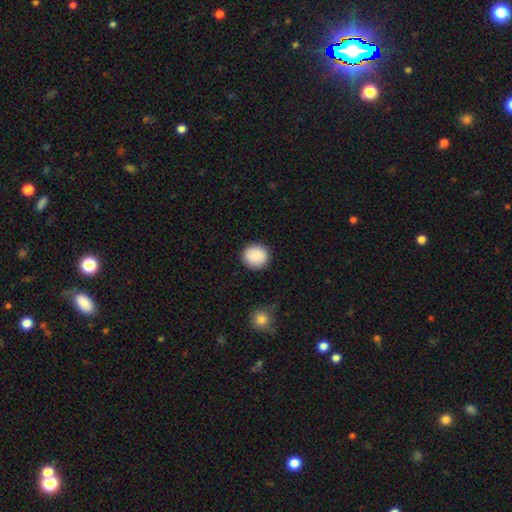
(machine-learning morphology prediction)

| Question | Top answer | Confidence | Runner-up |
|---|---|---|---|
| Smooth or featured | smooth | 89% | star or artifact (7%) |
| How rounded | round | 90% | in between (9%) |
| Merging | none | 90% | minor disturbance (7%) |